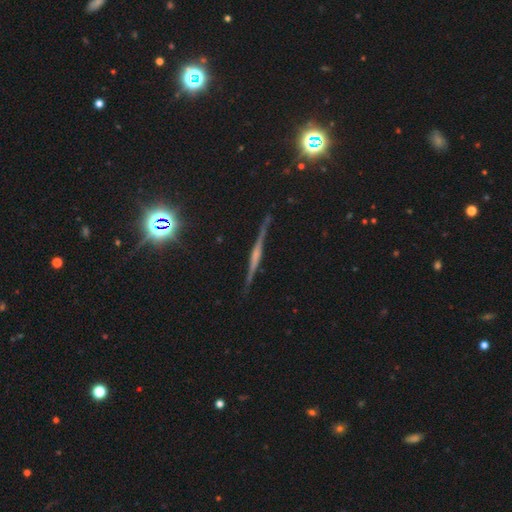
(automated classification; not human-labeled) featured or disk 75%, star or artifact 13%, smooth 13%. Down the decision tree: edge-on disk — yes (97%); edge-on bulge — rounded (49%); merging — none (88%).